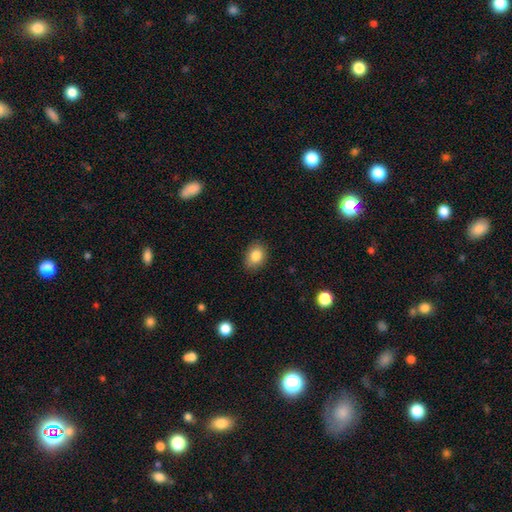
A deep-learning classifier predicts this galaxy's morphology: smooth-or-featured: smooth: 85% | star or artifact: 9% | featured or disk: 6%
  how-rounded: in between: 64% | round: 35% | cigar-shaped: 1%
  merging: none: 83% | minor disturbance: 13% | major disturbance: 3% | merger: 1%